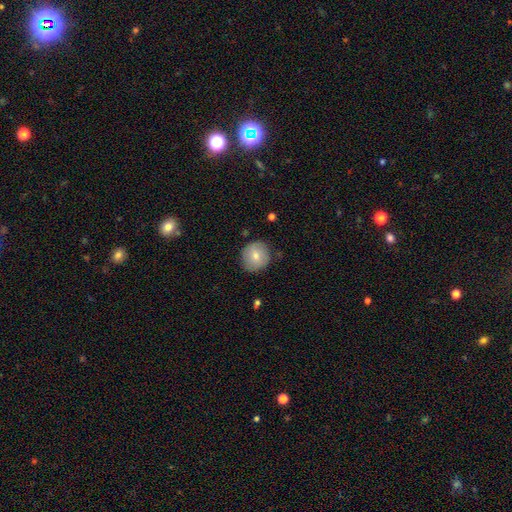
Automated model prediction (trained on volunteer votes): Smooth or featured: smooth — 69% (featured or disk — 24%)
How rounded: round — 90% (in between — 9%)
Merging: none — 82% (minor disturbance — 13%)